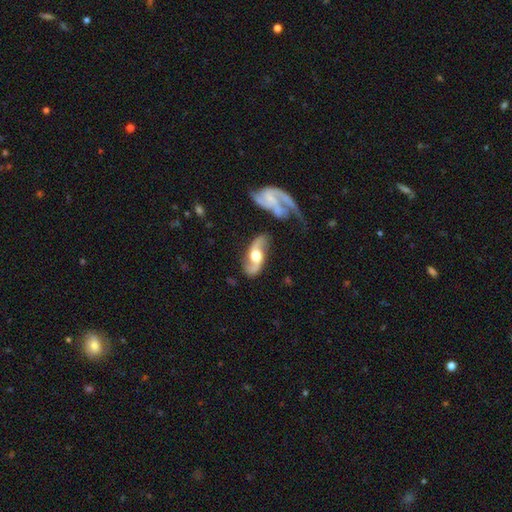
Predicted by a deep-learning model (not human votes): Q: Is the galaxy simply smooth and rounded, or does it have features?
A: featured or disk — 83%.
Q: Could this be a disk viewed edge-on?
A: no — 91%.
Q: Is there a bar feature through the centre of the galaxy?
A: no — 63%.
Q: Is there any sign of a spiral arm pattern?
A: yes — 93%.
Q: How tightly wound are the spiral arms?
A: loose — 62%.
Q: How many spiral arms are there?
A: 2 — 93%.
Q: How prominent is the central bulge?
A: moderate — 57%.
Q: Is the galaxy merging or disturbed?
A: none — 65%.